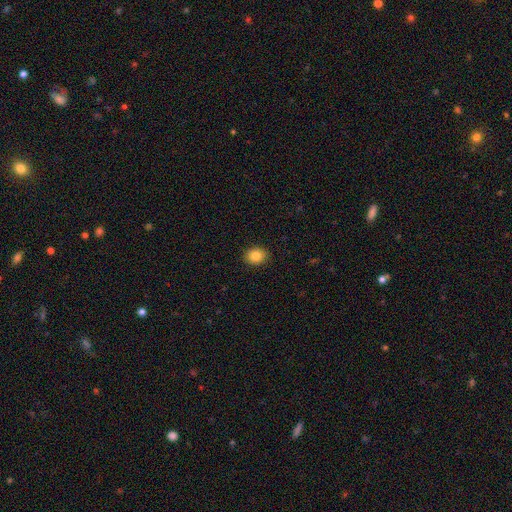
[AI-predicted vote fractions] This is clearly a smooth galaxy (84%). How rounded: possibly round (58%). Merging: clearly none (91%).